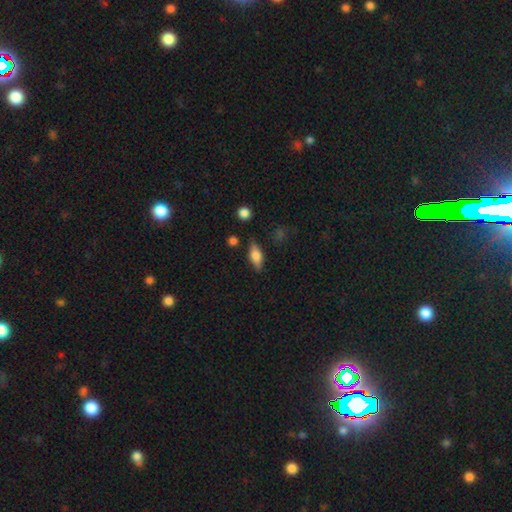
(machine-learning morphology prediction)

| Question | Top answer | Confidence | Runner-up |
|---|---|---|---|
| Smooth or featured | smooth | 68% | featured or disk (24%) |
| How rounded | in between | 73% | cigar-shaped (22%) |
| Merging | none | 81% | minor disturbance (13%) |